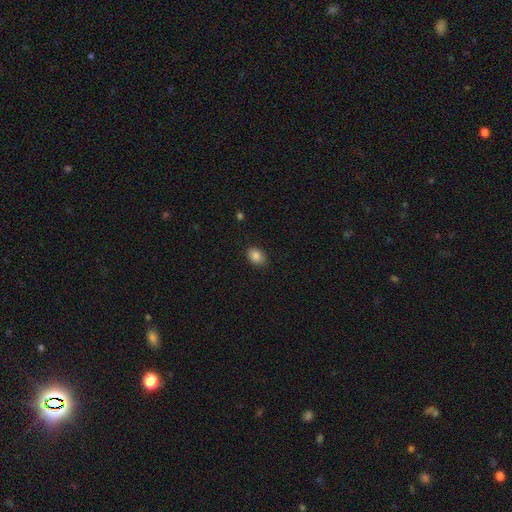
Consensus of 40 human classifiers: A smooth galaxy with no disk features (90%) that is in between round and cigar-shaped (72%).

Vote fractions:
- Smooth or featured? smooth: 90% / star or artifact: 10% / featured or disk: 0%
- How rounded? in between: 72% / round: 25% / cigar-shaped: 3%
- Merging? none: 92% / minor disturbance: 6% / major disturbance: 3% / merger: 0%